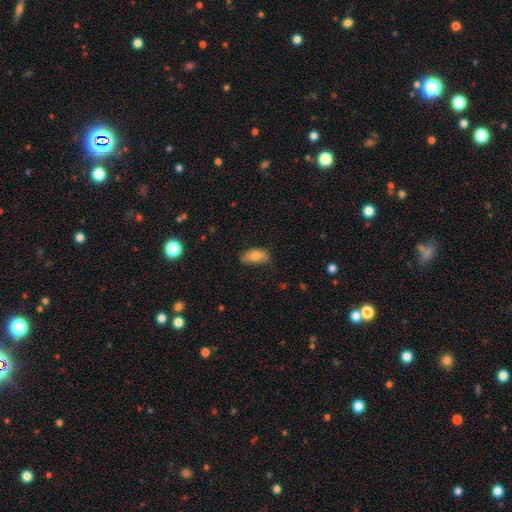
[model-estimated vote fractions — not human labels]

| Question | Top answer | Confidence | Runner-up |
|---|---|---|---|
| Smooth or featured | smooth | 71% | featured or disk (21%) |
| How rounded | in between | 90% | round (6%) |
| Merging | none | 49% | minor disturbance (37%) |